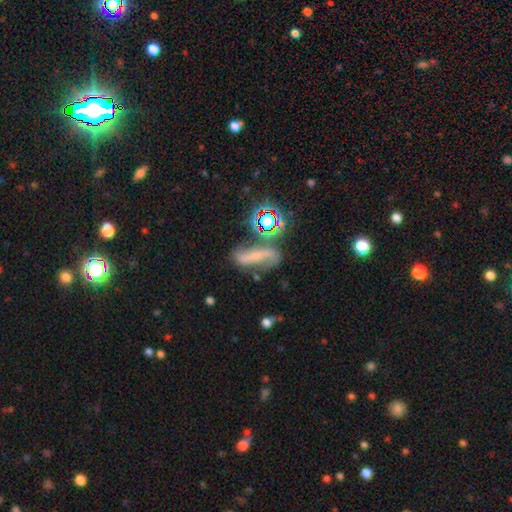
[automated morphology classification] Q: Smooth or featured?
A: featured or disk (53%); runner-up: smooth (23%)
Q: Edge-on disk?
A: no (82%); runner-up: yes (18%)
Q: Merging?
A: none (56%); runner-up: minor disturbance (20%)